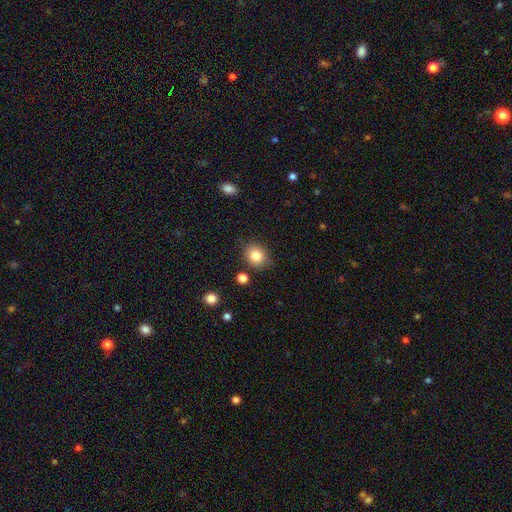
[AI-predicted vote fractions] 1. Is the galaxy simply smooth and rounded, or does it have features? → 83% smooth, 10% star or artifact, 7% featured or disk.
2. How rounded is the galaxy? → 64% round, 35% in between, 1% cigar-shaped.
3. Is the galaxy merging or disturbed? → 83% none, 11% minor disturbance, 3% merger, 3% major disturbance.